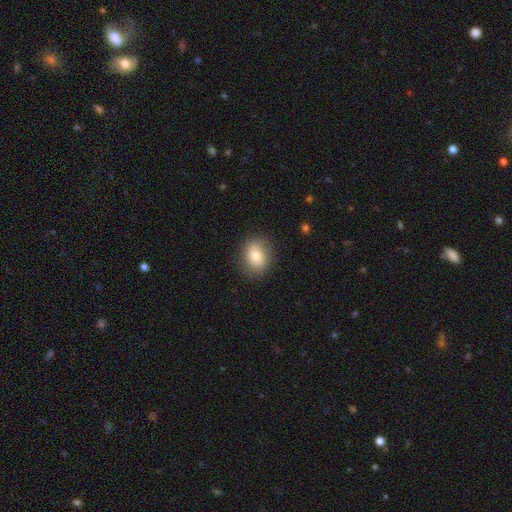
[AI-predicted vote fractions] Q: Smooth or featured?
A: smooth (78%); runner-up: featured or disk (14%)
Q: How rounded?
A: in between (52%); runner-up: round (47%)
Q: Merging?
A: none (83%); runner-up: minor disturbance (12%)